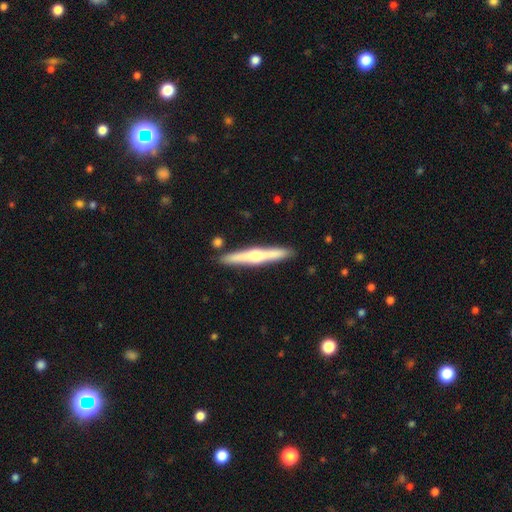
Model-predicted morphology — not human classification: Smooth or featured?
  - featured or disk: 62% *
  - smooth: 33%
  - star or artifact: 5%
Edge-on disk?
  - yes: 97% *
  - no: 3%
Edge-on bulge?
  - rounded: 82% *
  - boxy: 9%
  - none: 8%
Merging?
  - none: 88% *
  - minor disturbance: 8%
  - merger: 3%
  - major disturbance: 2%